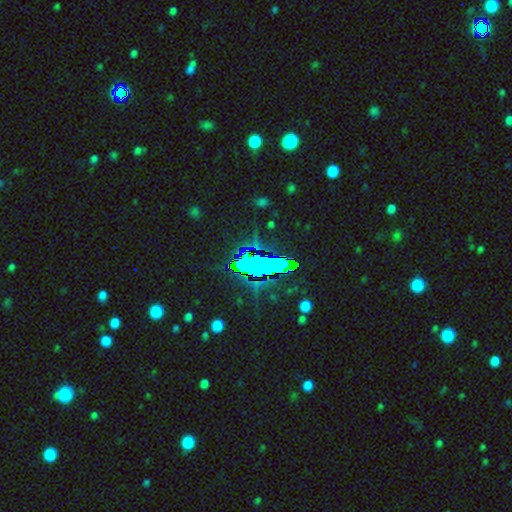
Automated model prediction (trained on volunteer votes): Q: Smooth or featured?
A: star or artifact (74%); runner-up: smooth (15%)